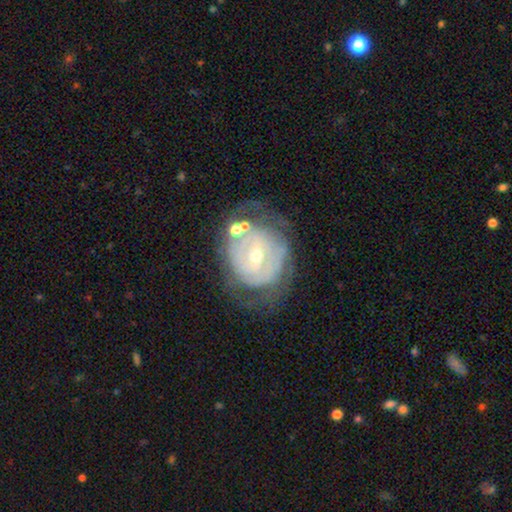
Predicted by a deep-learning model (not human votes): Morphology: type=featured or disk (78%); edge-on=no (97%); bar=no (49%); spiral arms=yes (78%); winding=tight (68%); arm count=can't tell (48%); bulge=small (56%); merging=none (55%).